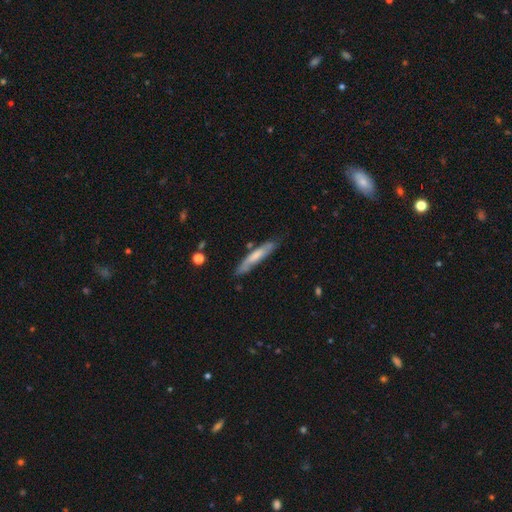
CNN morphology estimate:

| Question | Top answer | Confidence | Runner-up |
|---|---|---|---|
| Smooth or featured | smooth | 60% | featured or disk (34%) |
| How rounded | cigar-shaped | 89% | in between (10%) |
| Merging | none | 74% | minor disturbance (19%) |